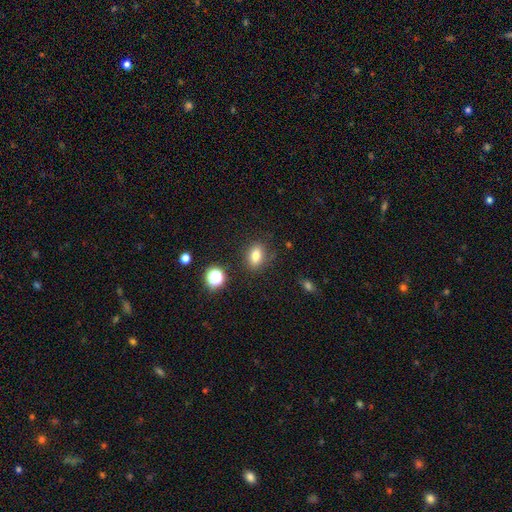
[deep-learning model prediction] Smooth or featured: smooth — 78% (star or artifact — 13%)
How rounded: in between — 75% (round — 22%)
Merging: none — 84% (minor disturbance — 11%)